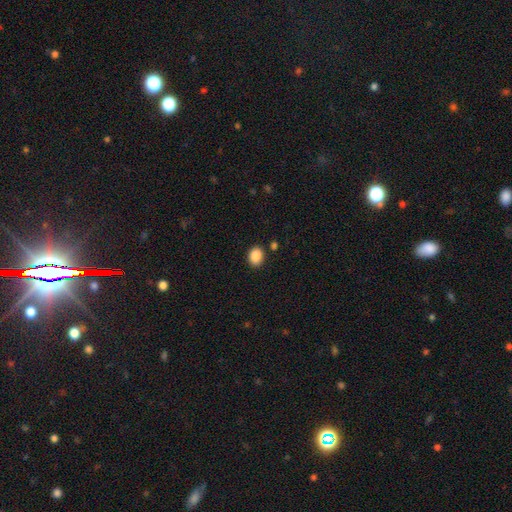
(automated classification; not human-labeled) smooth-or-featured: smooth: 89% | star or artifact: 8% | featured or disk: 3%
  how-rounded: in between: 60% | round: 39% | cigar-shaped: 1%
  merging: none: 86% | minor disturbance: 9% | merger: 3% | major disturbance: 3%